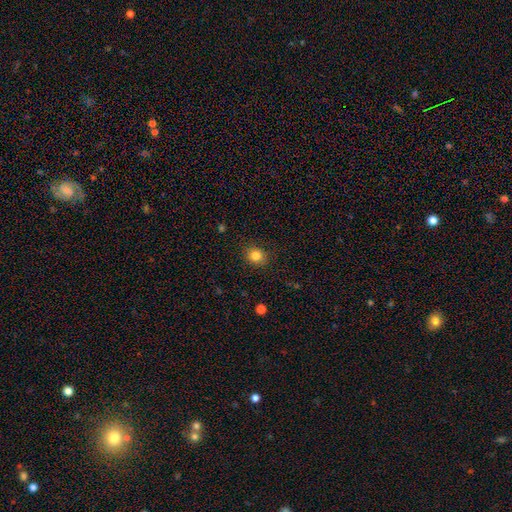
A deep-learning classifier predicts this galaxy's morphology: A smooth galaxy with no disk features (83%) that is round (71%).

Vote fractions:
- Smooth or featured? smooth: 83% / star or artifact: 11% / featured or disk: 5%
- How rounded? round: 71% / in between: 28% / cigar-shaped: 1%
- Merging? none: 88% / minor disturbance: 9% / major disturbance: 3% / merger: 1%